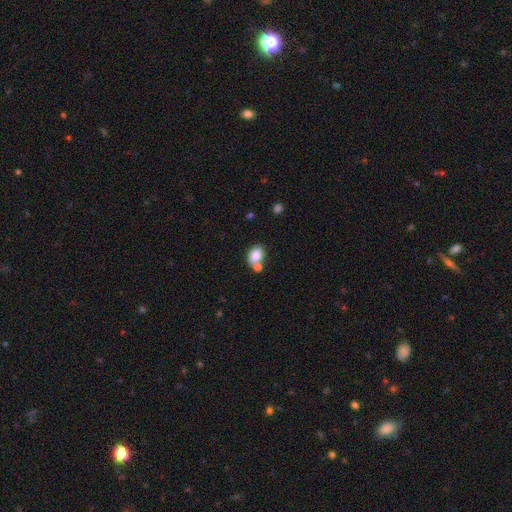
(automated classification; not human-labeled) A smooth galaxy with no disk features (82%) that is in between round and cigar-shaped (77%). Merging: none (51%).